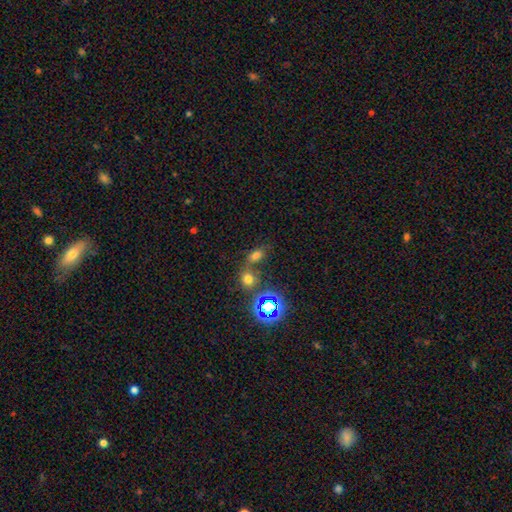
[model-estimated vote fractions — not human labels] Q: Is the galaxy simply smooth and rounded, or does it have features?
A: smooth — 63%.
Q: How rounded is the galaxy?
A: in between — 69%.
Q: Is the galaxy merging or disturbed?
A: none — 51%.